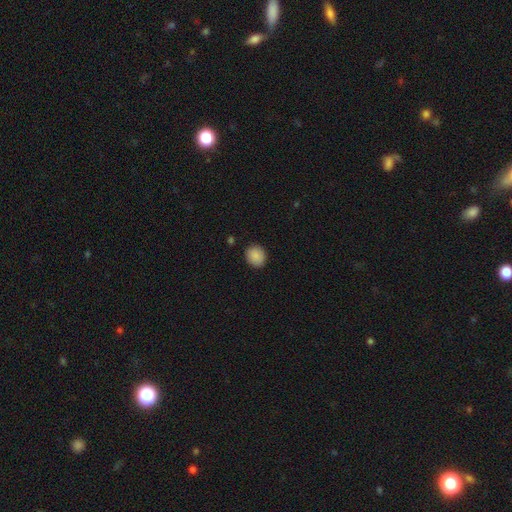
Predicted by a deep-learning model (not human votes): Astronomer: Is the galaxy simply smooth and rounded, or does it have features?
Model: smooth — 88%.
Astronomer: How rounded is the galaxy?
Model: round — 74%.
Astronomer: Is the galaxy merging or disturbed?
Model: none — 88%.